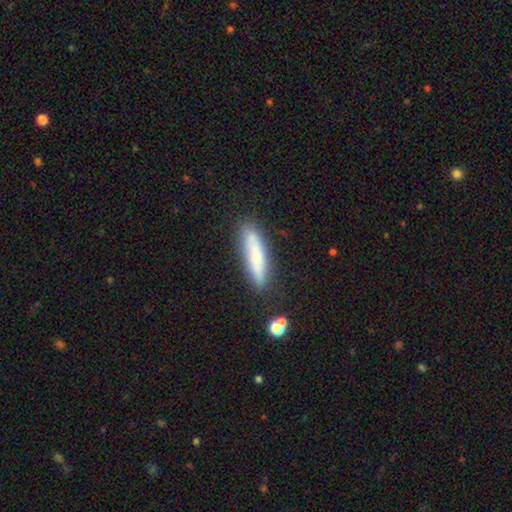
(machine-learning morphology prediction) The model was most divided on "smooth or featured": smooth: 69%, featured or disk: 23%, star or artifact: 8%. More confident: how rounded — cigar-shaped (80%); merging — none (79%).